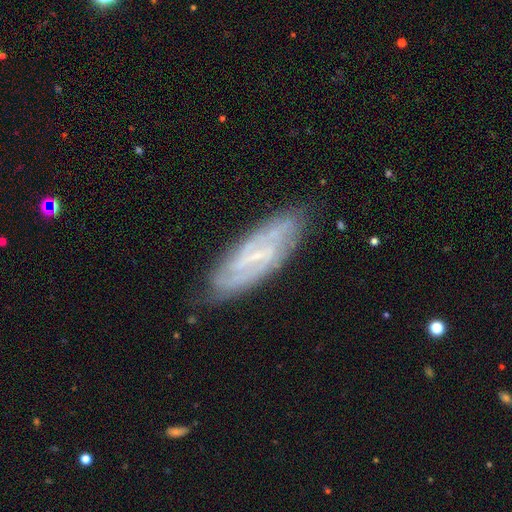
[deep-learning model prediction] A featured or disk galaxy (77%) with a weak bar (43%), 2 (43%) tight (50%) spiral arms (89%) and a small central bulge (67%). Merging: none (79%).